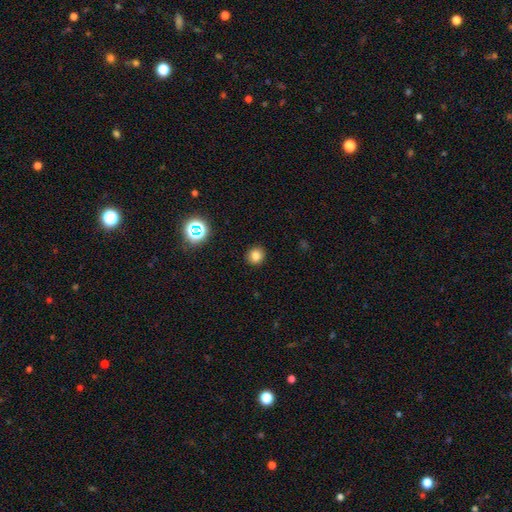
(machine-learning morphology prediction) smooth 80%, star or artifact 15%, featured or disk 5%. Down the decision tree: how rounded — round (86%); merging — none (91%).